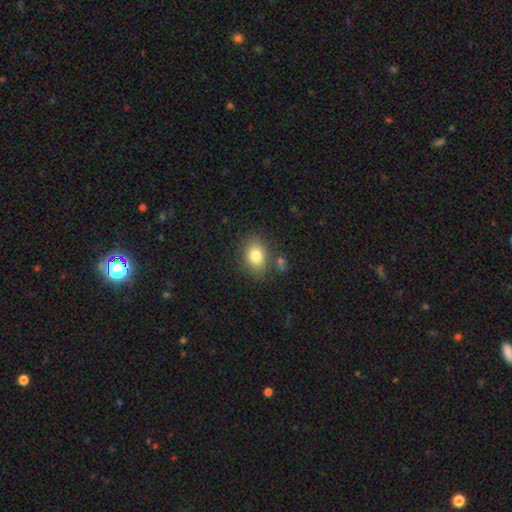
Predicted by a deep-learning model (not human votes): Overall: smooth (81%). How rounded: in between (69%; round 30%). Merging: none (76%).